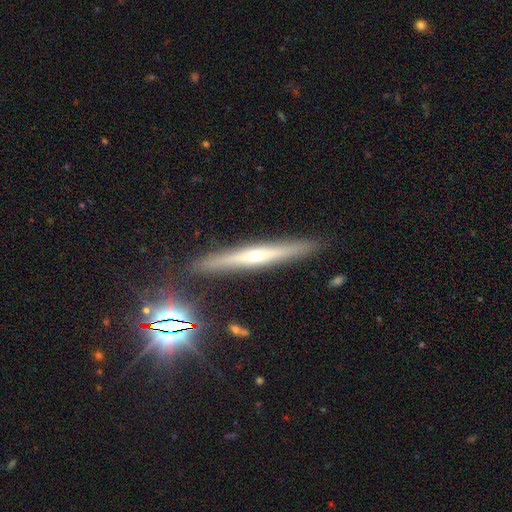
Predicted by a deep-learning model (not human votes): Morphology: type=featured or disk (65%); edge-on=yes (95%); edge-on bulge=rounded (75%); merging=none (90%).